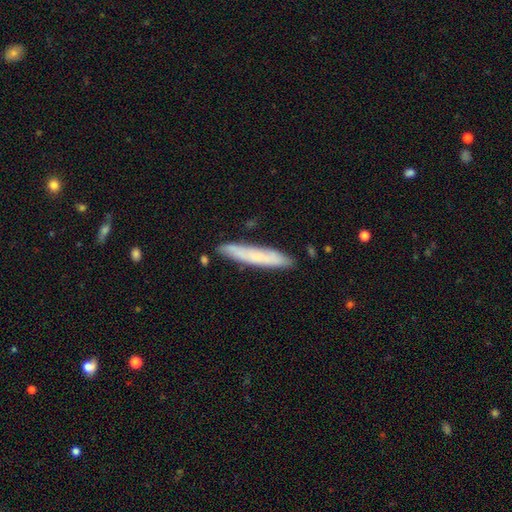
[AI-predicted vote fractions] smooth 65%, featured or disk 29%, star or artifact 7%. Down the decision tree: how rounded — cigar-shaped (93%); merging — none (86%).